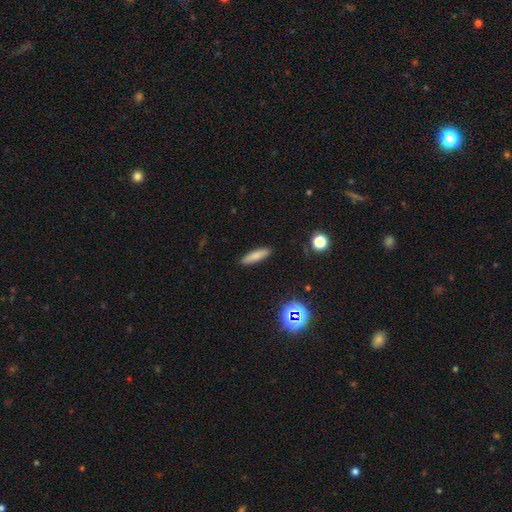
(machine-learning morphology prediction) Overall: smooth (79%). How rounded: cigar-shaped (74%). Merging: none (90%).